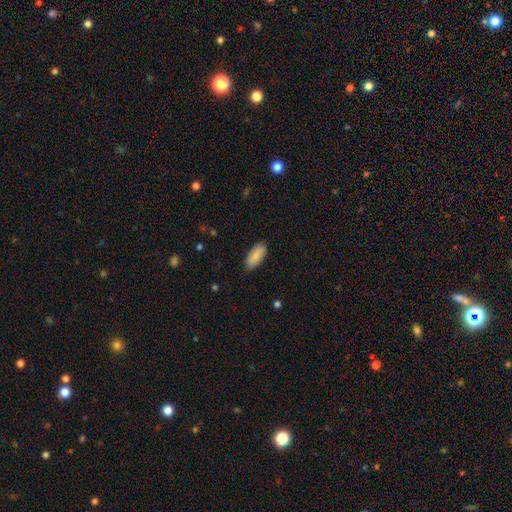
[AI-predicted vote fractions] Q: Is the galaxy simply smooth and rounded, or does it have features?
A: smooth — 84%.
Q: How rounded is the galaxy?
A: in between — 88%.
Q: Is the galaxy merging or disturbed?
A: none — 85%.